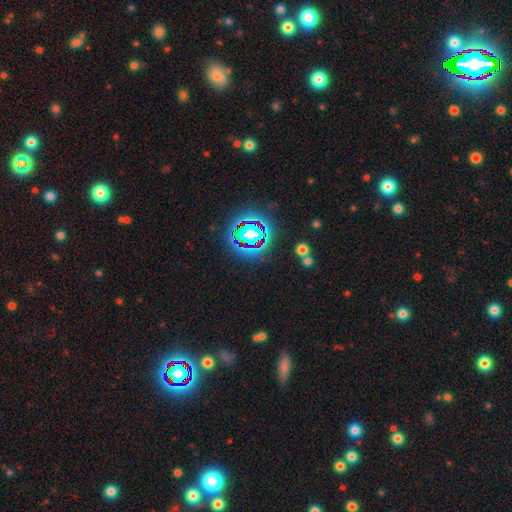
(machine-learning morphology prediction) Smooth or featured? Predicted: star or artifact (p=0.79).